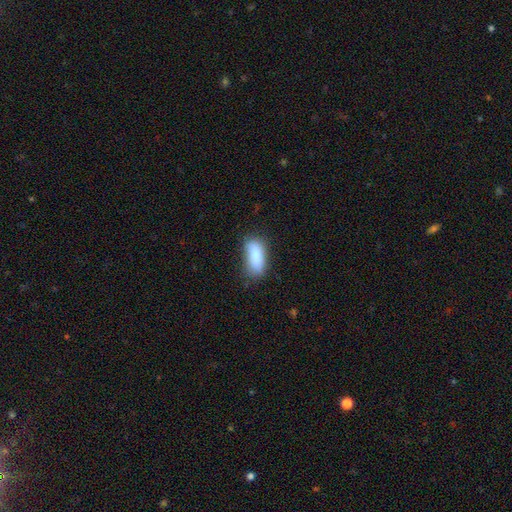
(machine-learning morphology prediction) This appears to be a smooth galaxy with no disk features (83%) that is in between round and cigar-shaped (72%). Merging: none (66%).